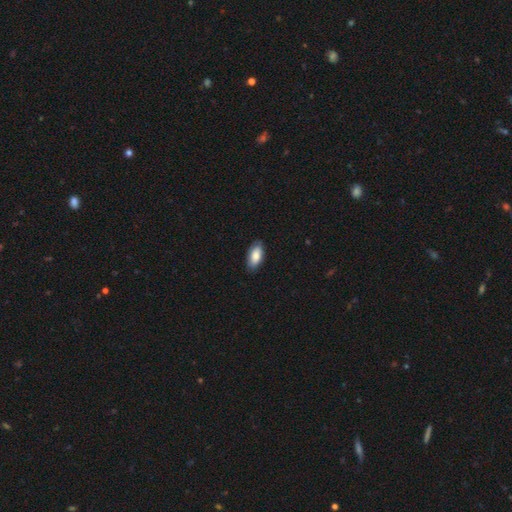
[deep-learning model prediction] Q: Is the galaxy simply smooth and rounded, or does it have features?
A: smooth — 81%.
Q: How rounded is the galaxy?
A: in between — 89%.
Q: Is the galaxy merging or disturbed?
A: none — 84%.